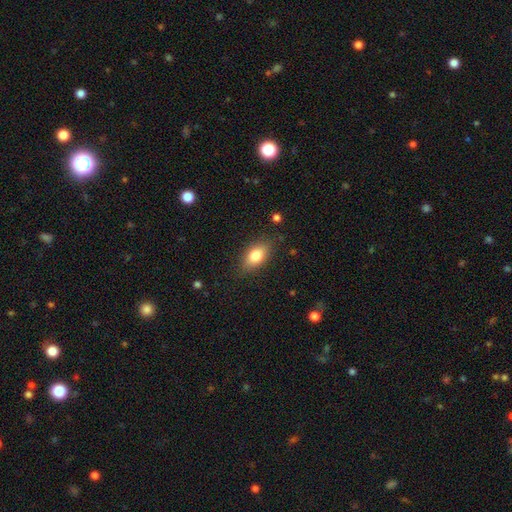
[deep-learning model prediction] A smooth galaxy with no disk features (79%) that is in between round and cigar-shaped (86%). Merging: none (83%).